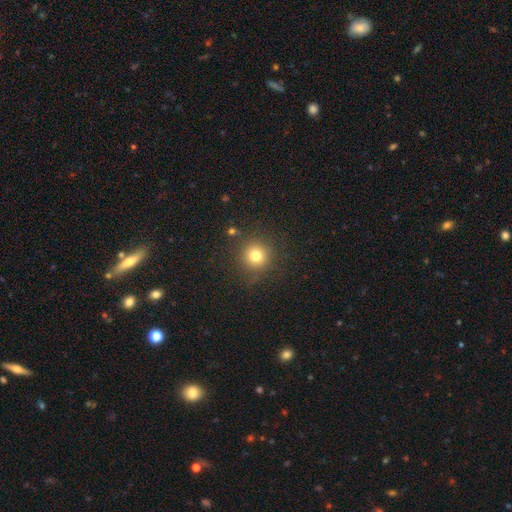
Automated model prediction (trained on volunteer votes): This is likely a smooth galaxy (76%). How rounded: clearly round (93%). Merging: clearly none (85%).